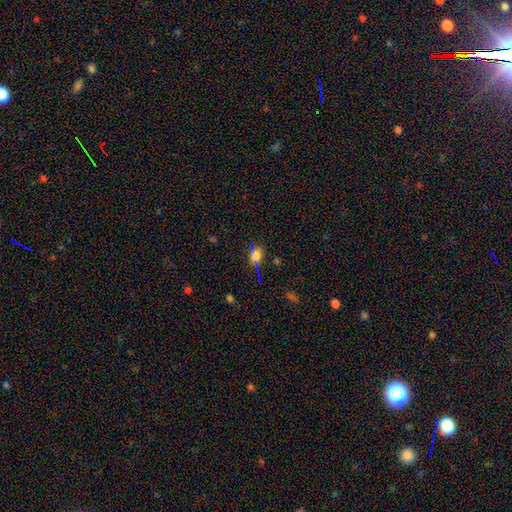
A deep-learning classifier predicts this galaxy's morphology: Smooth or featured? smooth (54%)
How rounded? in between (48%)
Merging? none (75%)